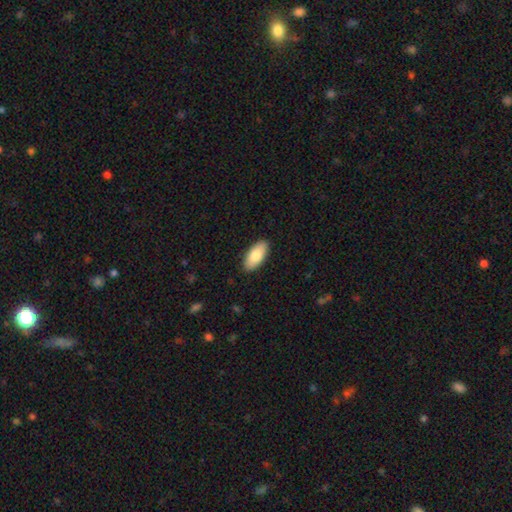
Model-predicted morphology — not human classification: smooth_or_featured: smooth (p=0.80) [alt: featured or disk p=0.15]
how_rounded: in between (p=0.90) [alt: cigar-shaped p=0.08]
merging: none (p=0.90) [alt: minor disturbance p=0.08]